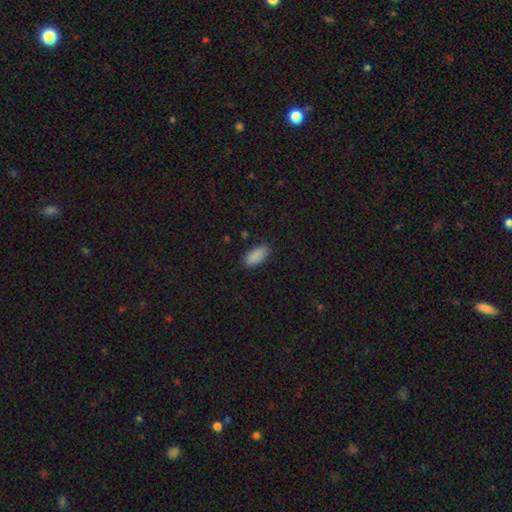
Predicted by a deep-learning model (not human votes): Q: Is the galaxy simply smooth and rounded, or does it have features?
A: smooth — 89%.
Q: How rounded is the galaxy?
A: in between — 91%.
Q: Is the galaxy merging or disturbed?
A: none — 84%.